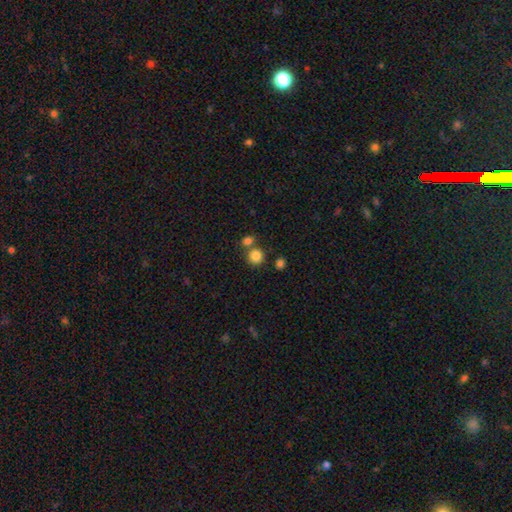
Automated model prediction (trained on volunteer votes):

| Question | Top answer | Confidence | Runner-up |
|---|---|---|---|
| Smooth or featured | smooth | 83% | star or artifact (11%) |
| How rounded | round | 90% | in between (9%) |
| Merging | none | 66% | merger (23%) |